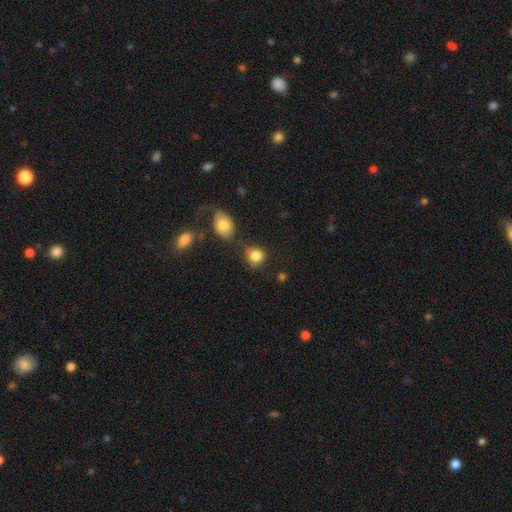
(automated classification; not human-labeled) Overall: smooth (84%). How rounded: round (79%). Merging: none (68%).